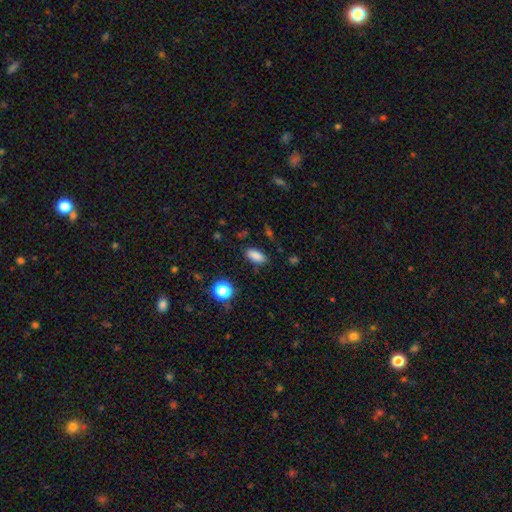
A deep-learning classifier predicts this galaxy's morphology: A smooth galaxy with no disk features (83%) that is in between round and cigar-shaped (86%).

Vote fractions:
- Smooth or featured? smooth: 83% / star or artifact: 11% / featured or disk: 5%
- How rounded? in between: 86% / cigar-shaped: 9% / round: 5%
- Merging? none: 84% / minor disturbance: 11% / major disturbance: 3% / merger: 2%